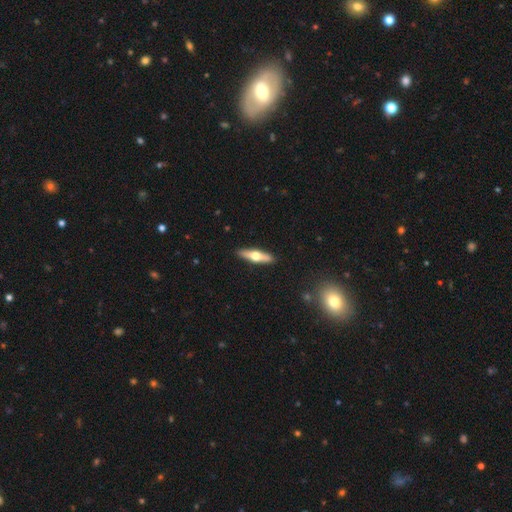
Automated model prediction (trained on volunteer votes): featured or disk 56%, smooth 39%, star or artifact 5%. Down the decision tree: edge-on disk — yes (92%); edge-on bulge — rounded (95%); merging — none (90%).